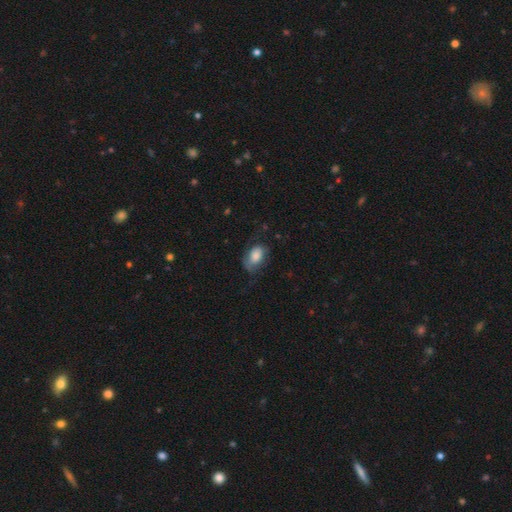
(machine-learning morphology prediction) Smooth or featured?
  - smooth: 71% *
  - featured or disk: 21%
  - star or artifact: 8%
How rounded?
  - in between: 88% *
  - round: 10%
  - cigar-shaped: 2%
Merging?
  - none: 48% *
  - minor disturbance: 30%
  - major disturbance: 20%
  - merger: 2%